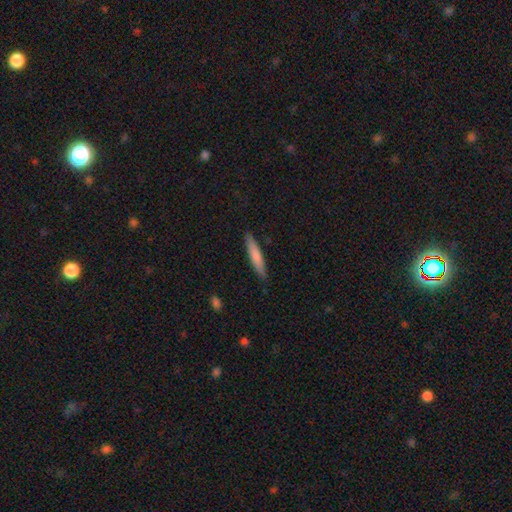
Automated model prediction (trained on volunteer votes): Smooth or featured?
  - smooth: 77% *
  - featured or disk: 18%
  - star or artifact: 5%
How rounded?
  - cigar-shaped: 90% *
  - in between: 9%
  - round: 1%
Merging?
  - none: 87% *
  - minor disturbance: 10%
  - major disturbance: 2%
  - merger: 1%